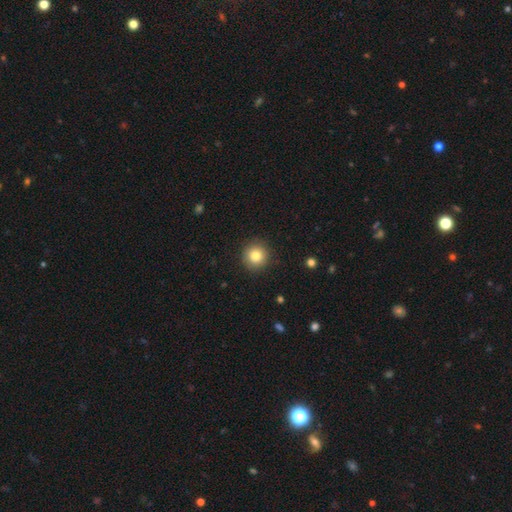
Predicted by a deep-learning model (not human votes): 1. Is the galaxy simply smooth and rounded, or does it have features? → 82% smooth, 10% star or artifact, 8% featured or disk.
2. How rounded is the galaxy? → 94% round, 5% in between, 1% cigar-shaped.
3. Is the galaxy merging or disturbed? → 91% none, 6% minor disturbance, 2% major disturbance, 1% merger.